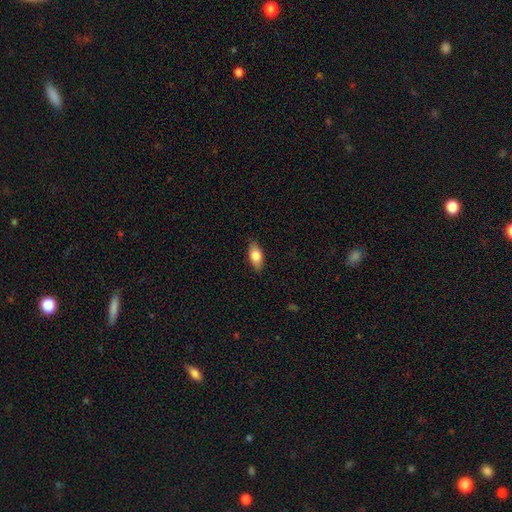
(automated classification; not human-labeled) A smooth galaxy with no disk features (77%) that is in between round and cigar-shaped (86%). Merging: none (87%).